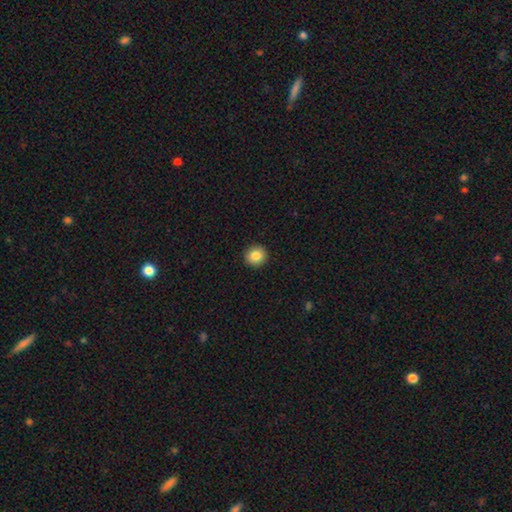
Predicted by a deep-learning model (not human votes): Smooth or featured: smooth — 85% (star or artifact — 9%)
How rounded: round — 93% (in between — 6%)
Merging: none — 93% (minor disturbance — 4%)